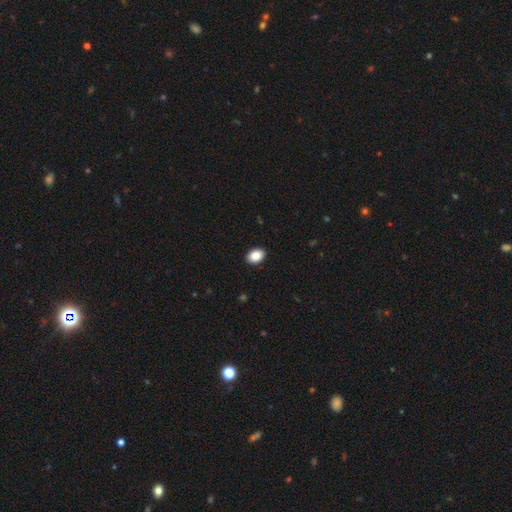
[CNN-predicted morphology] smooth 87%, star or artifact 8%, featured or disk 5%. Down the decision tree: how rounded — in between (79%); merging — none (91%).